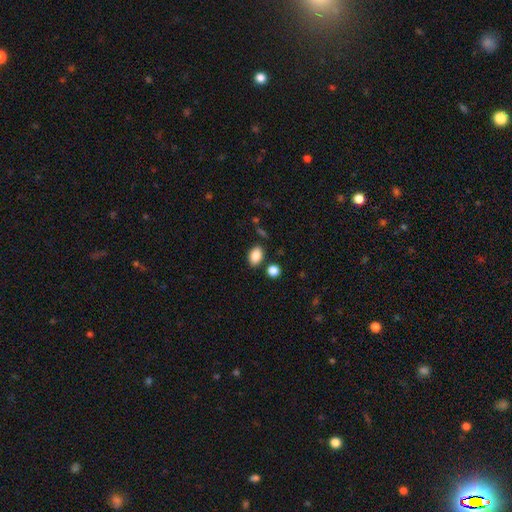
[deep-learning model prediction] This appears to be a smooth galaxy with no disk features (86%) that is in between round and cigar-shaped (82%). Merging: none (81%).